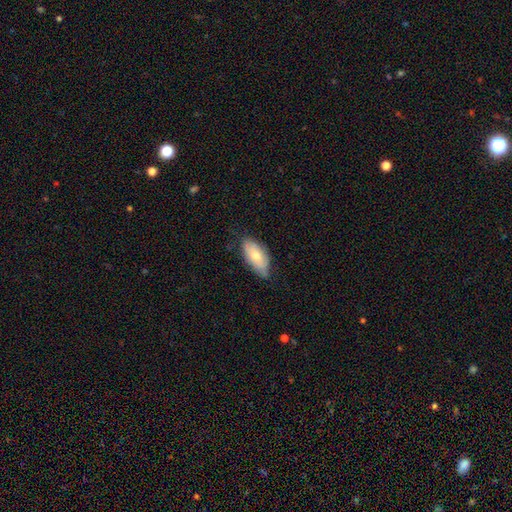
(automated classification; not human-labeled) smooth_or_featured: smooth (p=0.70) [alt: featured or disk p=0.24]
how_rounded: in between (p=0.92) [alt: cigar-shaped p=0.06]
merging: none (p=0.65) [alt: minor disturbance p=0.29]